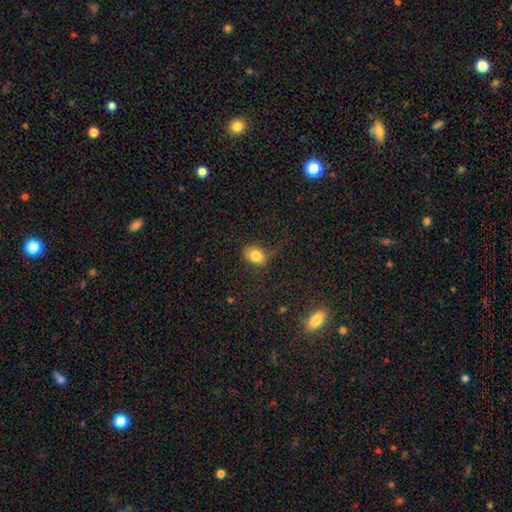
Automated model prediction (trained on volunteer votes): smooth 81%, star or artifact 10%, featured or disk 9%. Down the decision tree: how rounded — in between (62%); merging — none (51%).